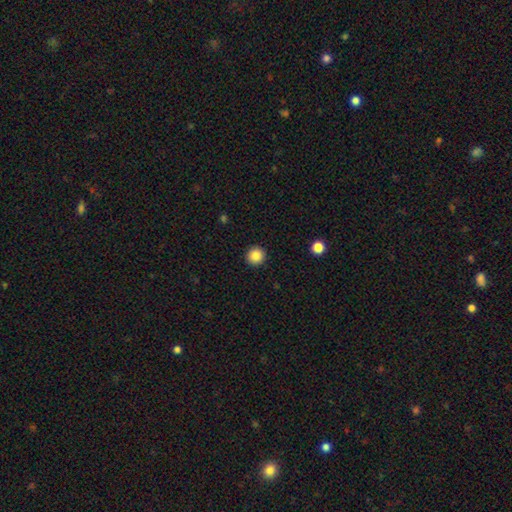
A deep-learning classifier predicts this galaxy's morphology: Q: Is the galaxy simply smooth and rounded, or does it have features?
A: smooth — 86%.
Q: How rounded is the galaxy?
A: round — 95%.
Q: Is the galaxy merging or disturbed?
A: none — 93%.